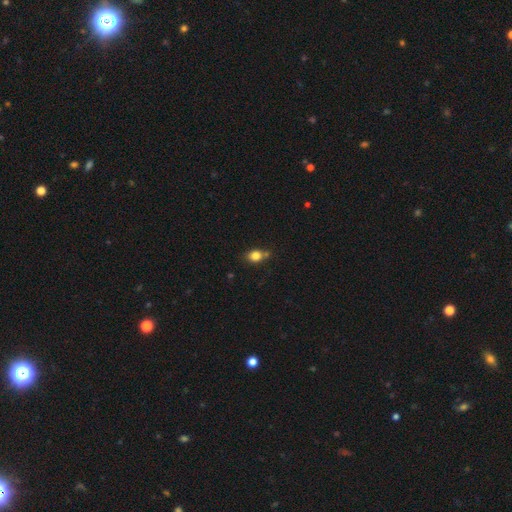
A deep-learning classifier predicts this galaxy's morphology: type=smooth (81%); roundness=in between (54%); merging=none (65%).